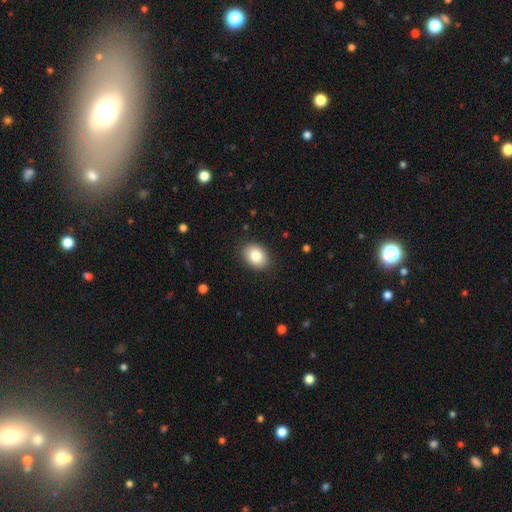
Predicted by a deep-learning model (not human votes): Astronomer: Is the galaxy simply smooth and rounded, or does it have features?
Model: smooth — 84%.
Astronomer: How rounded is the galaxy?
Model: in between — 67%.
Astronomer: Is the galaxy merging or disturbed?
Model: none — 88%.